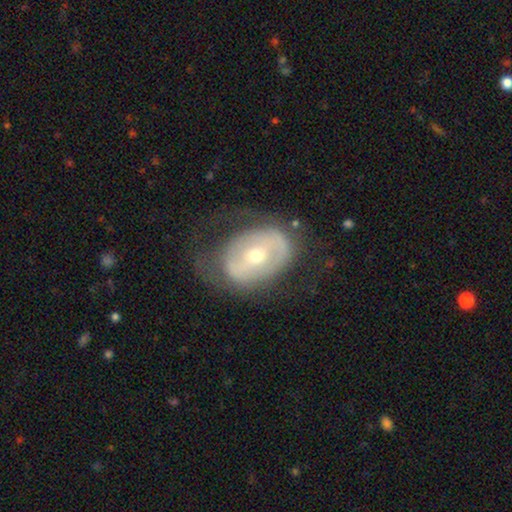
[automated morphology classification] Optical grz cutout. It shows a featured or disk galaxy (66%) with no bar (41%), no spiral arms (58%) and a small central bulge (51%). Merging: none (55%).